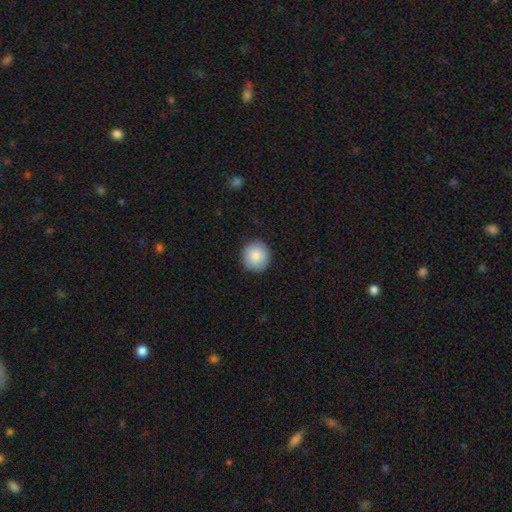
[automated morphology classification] Smooth or featured? Predicted: smooth (p=0.85). How rounded? Predicted: round (p=0.95). Merging? Predicted: none (p=0.89).